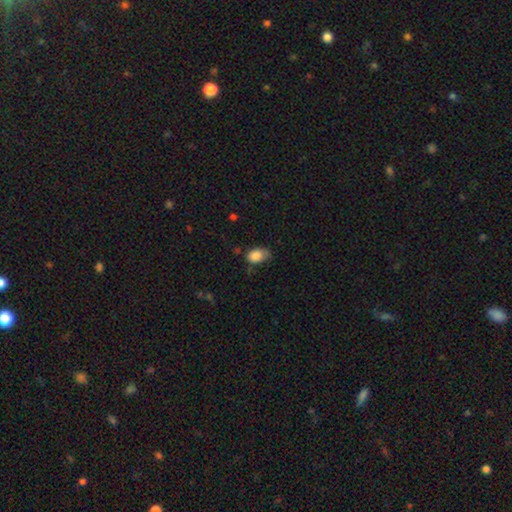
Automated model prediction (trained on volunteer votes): Morphology: type=smooth (86%); roundness=in between (83%); merging=none (47%).